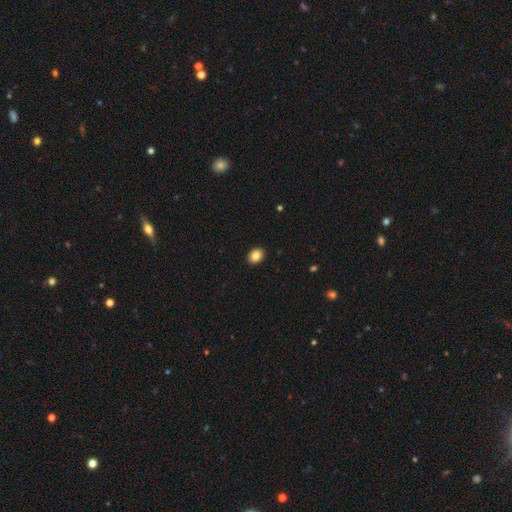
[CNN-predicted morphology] Smooth or featured? smooth (86%)
How rounded? in between (61%)
Merging? none (91%)